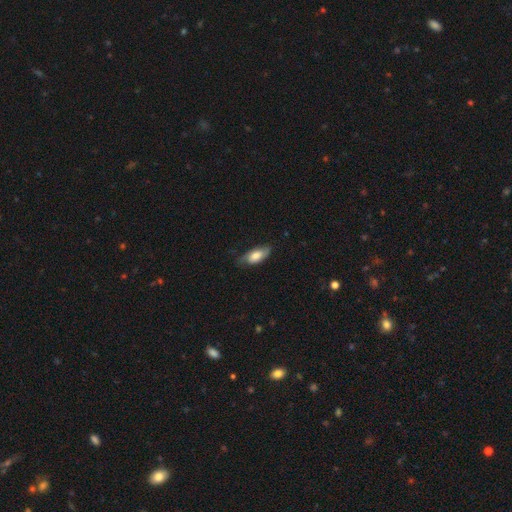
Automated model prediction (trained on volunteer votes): Smooth or featured? Predicted: smooth (p=0.72). How rounded? Predicted: in between (p=0.84). Merging? Predicted: none (p=0.66).